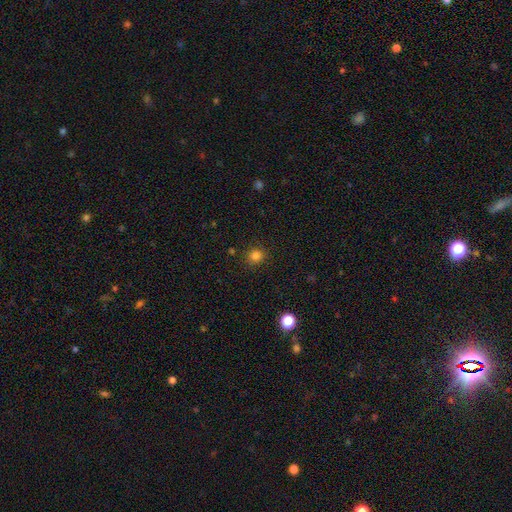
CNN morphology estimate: smooth 82%, star or artifact 14%, featured or disk 4%. Down the decision tree: how rounded — round (88%); merging — none (88%).